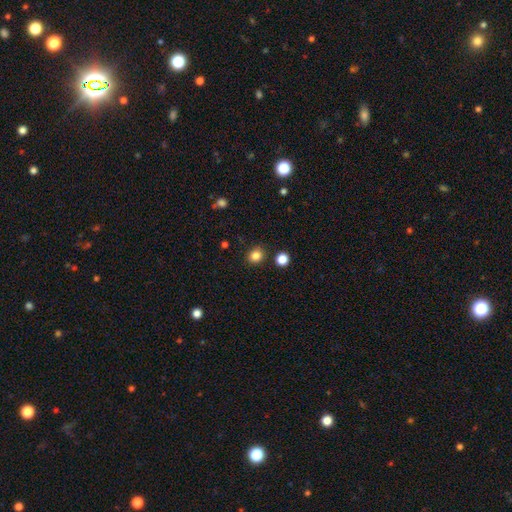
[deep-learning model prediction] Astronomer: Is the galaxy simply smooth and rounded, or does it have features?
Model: smooth — 84%.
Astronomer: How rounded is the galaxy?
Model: round — 80%.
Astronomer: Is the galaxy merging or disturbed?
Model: none — 87%.